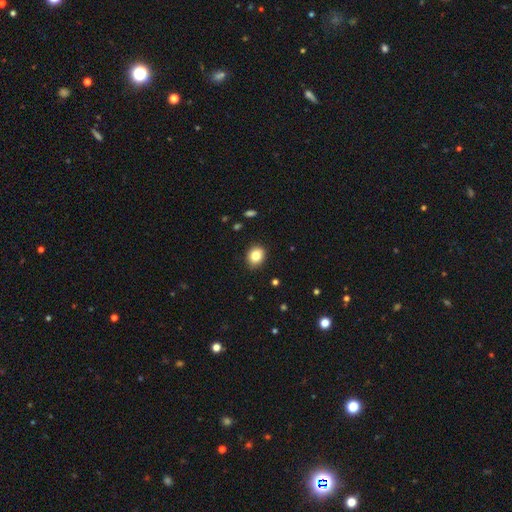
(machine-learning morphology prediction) Overall: smooth (82%). How rounded: round (61%; in between 38%). Merging: none (90%).